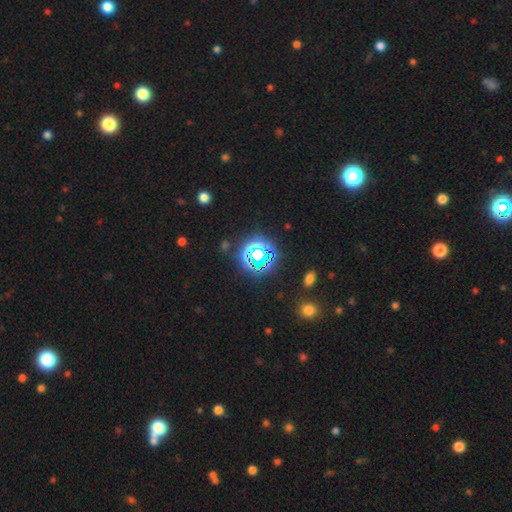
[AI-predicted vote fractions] star or artifact 72%, smooth 18%, featured or disk 10%.